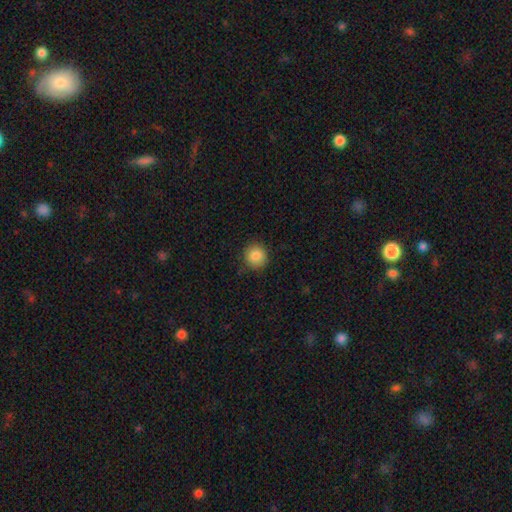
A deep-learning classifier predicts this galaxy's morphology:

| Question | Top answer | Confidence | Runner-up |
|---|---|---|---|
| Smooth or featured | smooth | 86% | star or artifact (9%) |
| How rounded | round | 91% | in between (8%) |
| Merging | none | 88% | minor disturbance (9%) |